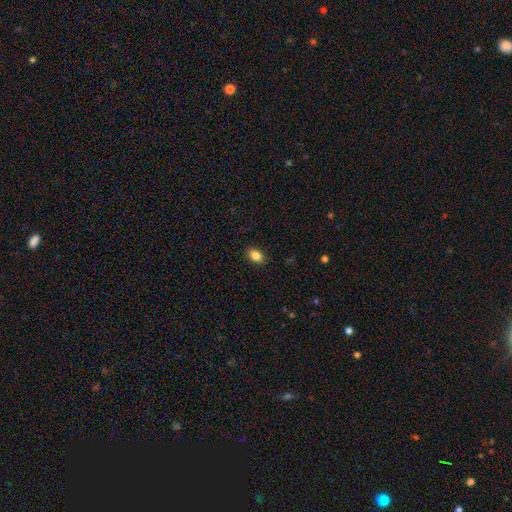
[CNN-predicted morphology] This appears to be a smooth galaxy with no disk features (86%) that is in between round and cigar-shaped (84%). Merging: none (89%).